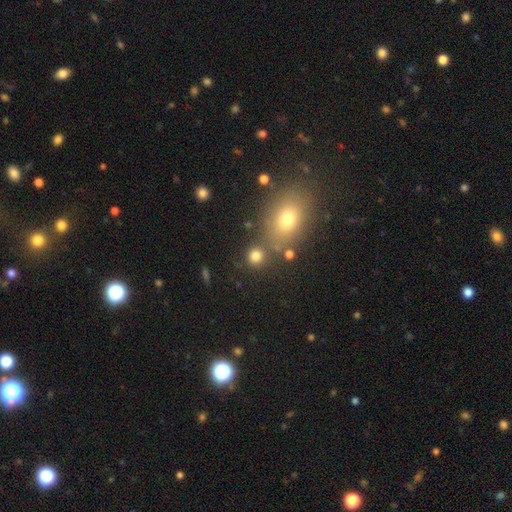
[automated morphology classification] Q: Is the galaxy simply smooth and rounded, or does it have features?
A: smooth — 79%.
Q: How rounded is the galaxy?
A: round — 87%.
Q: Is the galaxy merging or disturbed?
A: none — 76%.